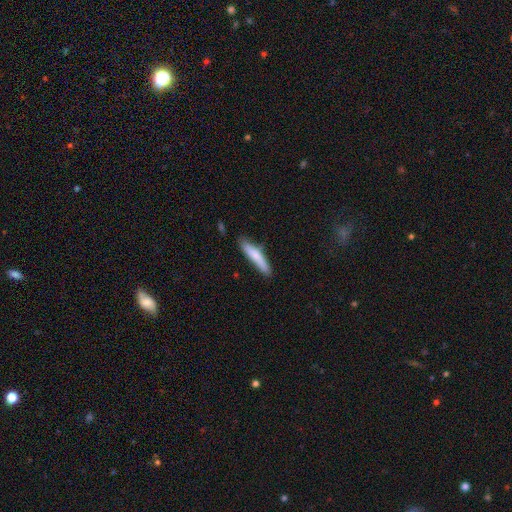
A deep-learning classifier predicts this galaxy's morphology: type=smooth (75%); roundness=cigar-shaped (87%); merging=none (75%).